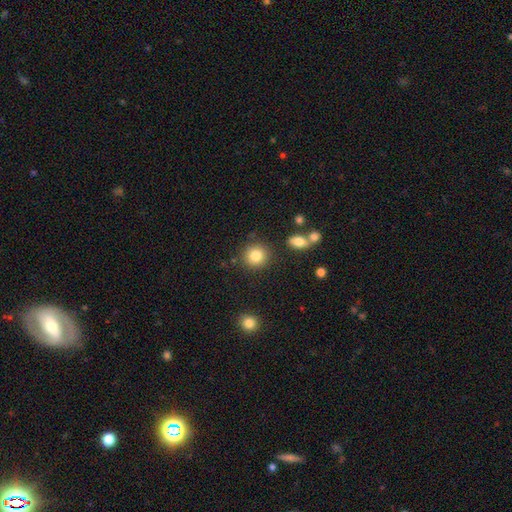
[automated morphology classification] Smooth or featured: smooth — 84% (star or artifact — 10%)
How rounded: round — 90% (in between — 9%)
Merging: none — 84% (minor disturbance — 8%)